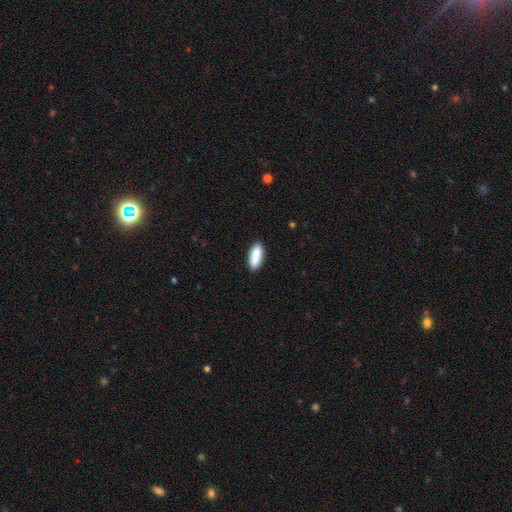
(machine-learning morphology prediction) smooth-or-featured: smooth: 87% | star or artifact: 6% | featured or disk: 6%
  how-rounded: in between: 77% | cigar-shaped: 21% | round: 2%
  merging: none: 83% | minor disturbance: 12% | merger: 3% | major disturbance: 2%